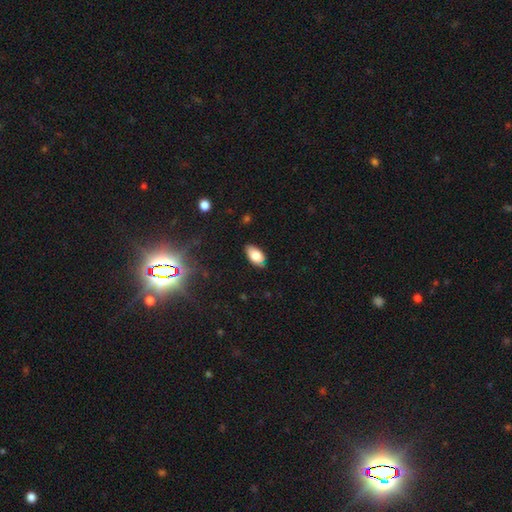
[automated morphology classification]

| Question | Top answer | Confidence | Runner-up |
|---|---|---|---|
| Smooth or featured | smooth | 79% | featured or disk (12%) |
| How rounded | in between | 94% | round (4%) |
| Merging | none | 78% | minor disturbance (18%) |